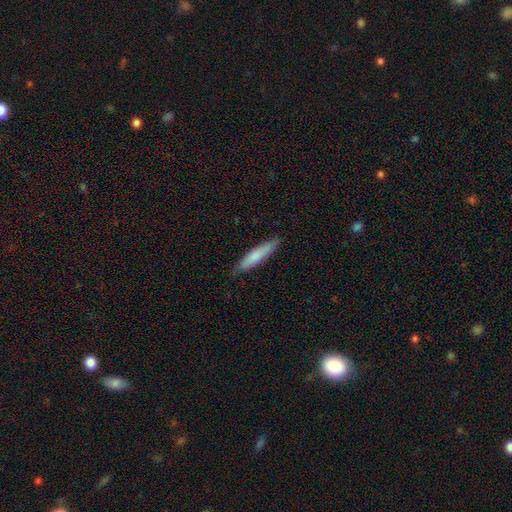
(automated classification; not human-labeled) The model was most divided on "smooth or featured": smooth: 78%, featured or disk: 17%, star or artifact: 5%. More confident: merging — none (86%); how rounded — cigar-shaped (84%).